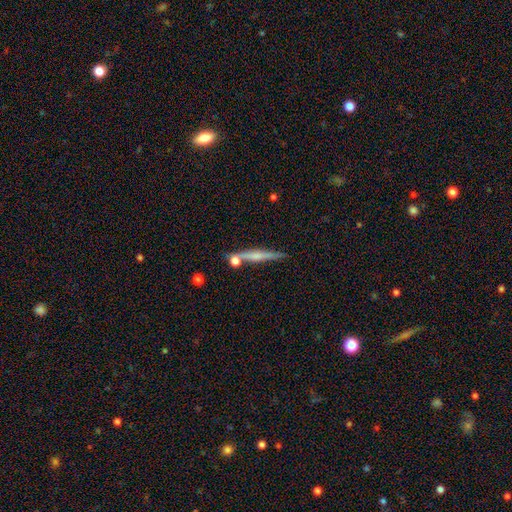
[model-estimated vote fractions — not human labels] This appears to be a featured or disk galaxy (52%) viewed edge-on (95%). Merging: none (72%).